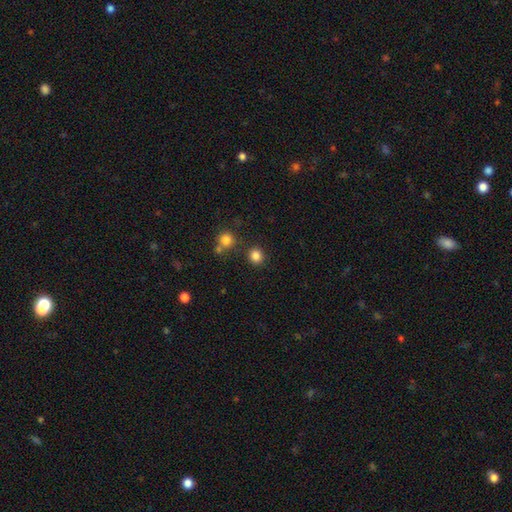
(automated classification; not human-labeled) Smooth or featured?
  - smooth: 84% *
  - star or artifact: 12%
  - featured or disk: 4%
How rounded?
  - round: 88% *
  - in between: 11%
  - cigar-shaped: 1%
Merging?
  - none: 85% *
  - minor disturbance: 7%
  - merger: 5%
  - major disturbance: 3%